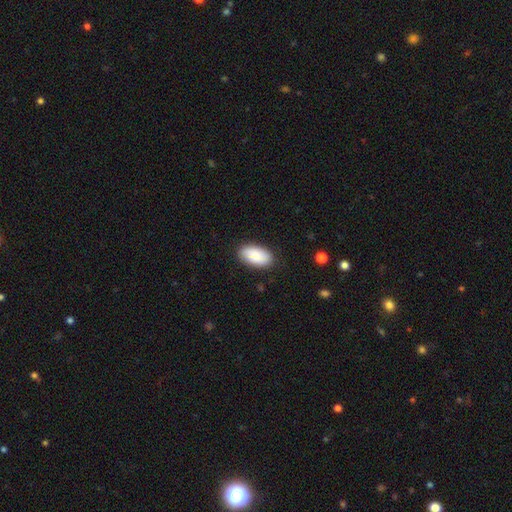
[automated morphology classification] smooth 83%, featured or disk 11%, star or artifact 6%. Down the decision tree: how rounded — in between (95%); merging — none (86%).